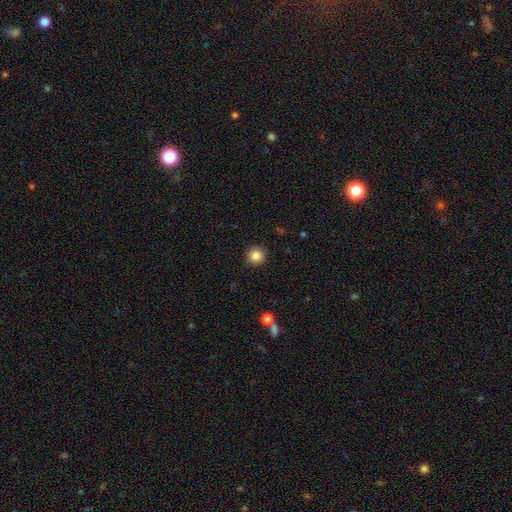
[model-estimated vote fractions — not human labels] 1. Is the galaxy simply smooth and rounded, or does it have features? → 85% smooth, 10% star or artifact, 5% featured or disk.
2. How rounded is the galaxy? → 95% round, 4% in between, 1% cigar-shaped.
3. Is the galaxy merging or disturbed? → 92% none, 5% minor disturbance, 2% major disturbance, 1% merger.